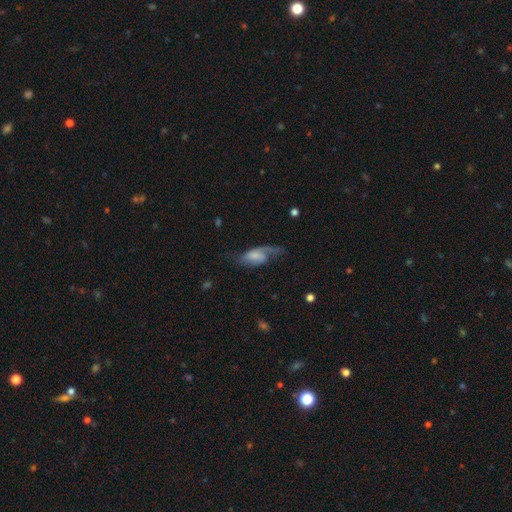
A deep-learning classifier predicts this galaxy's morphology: Smooth or featured? Predicted: featured or disk (p=0.58). Edge-on disk? Predicted: no (p=0.91). Bar? Predicted: no (p=0.45). Spiral arms? Predicted: yes (p=0.86). Bulge size? Predicted: none (p=0.32). Merging? Predicted: none (p=0.41).